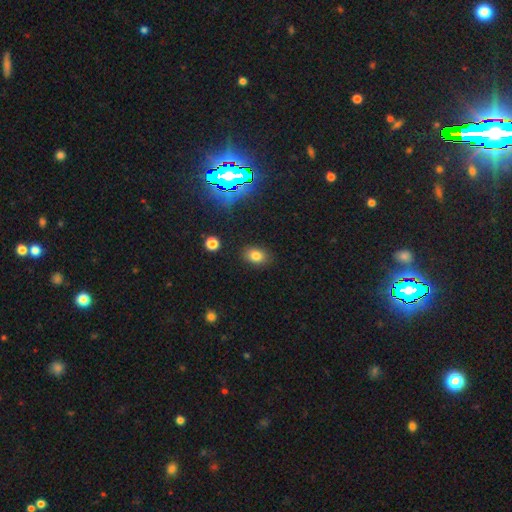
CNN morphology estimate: Overall: smooth (78%). How rounded: in between (73%). Merging: none (86%).